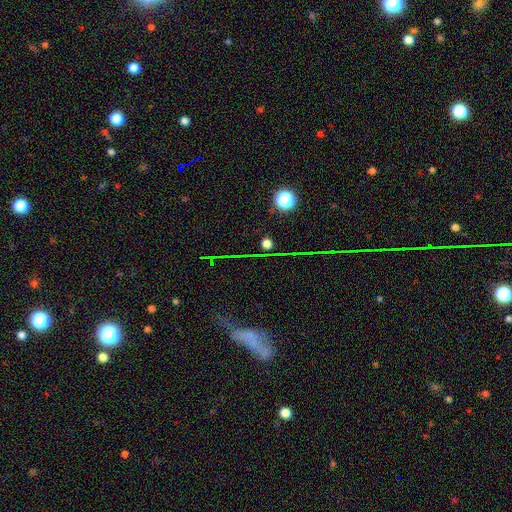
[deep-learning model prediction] The model was most divided on "smooth or featured": star or artifact: 58%, smooth: 22%, featured or disk: 20%.